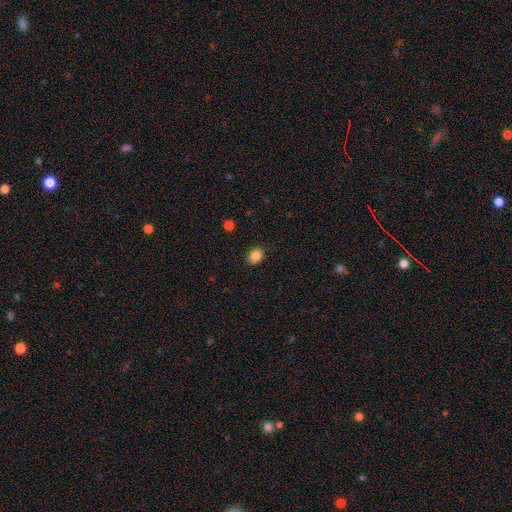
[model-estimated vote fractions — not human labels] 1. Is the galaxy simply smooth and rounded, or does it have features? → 86% smooth, 10% star or artifact, 4% featured or disk.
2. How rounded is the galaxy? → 51% round, 48% in between, 1% cigar-shaped.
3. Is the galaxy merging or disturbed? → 89% none, 8% minor disturbance, 2% major disturbance, 1% merger.